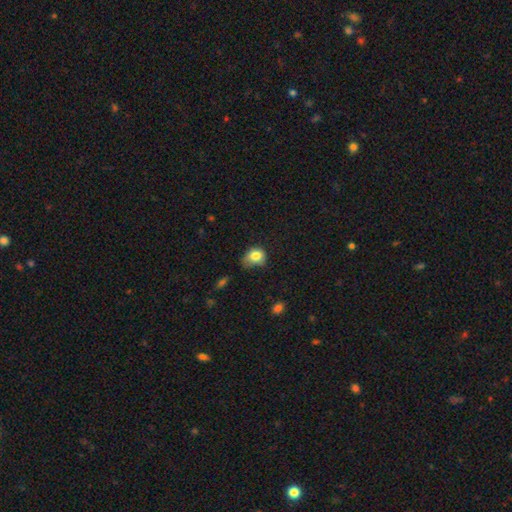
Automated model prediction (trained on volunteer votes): Morphology: type=smooth (79%); roundness=round (50%); merging=minor disturbance (44%).